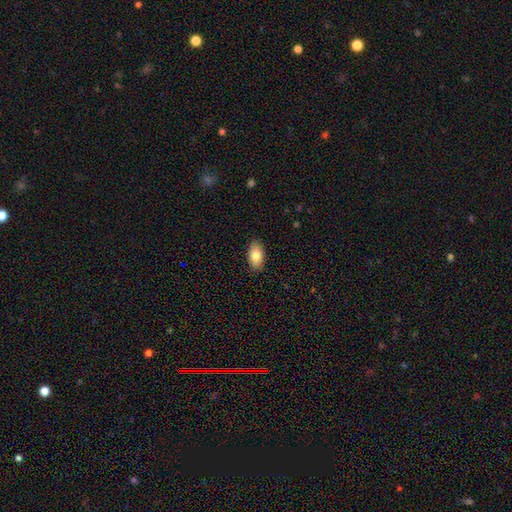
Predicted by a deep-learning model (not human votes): Morphology: type=smooth (81%); roundness=in between (93%); merging=none (89%).